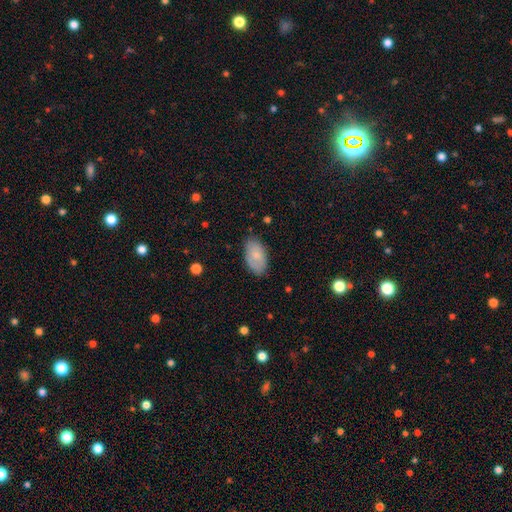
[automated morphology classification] Smooth or featured?
  - smooth: 76% *
  - featured or disk: 17%
  - star or artifact: 7%
How rounded?
  - in between: 95% *
  - round: 4%
  - cigar-shaped: 2%
Merging?
  - none: 79% *
  - minor disturbance: 16%
  - major disturbance: 3%
  - merger: 1%